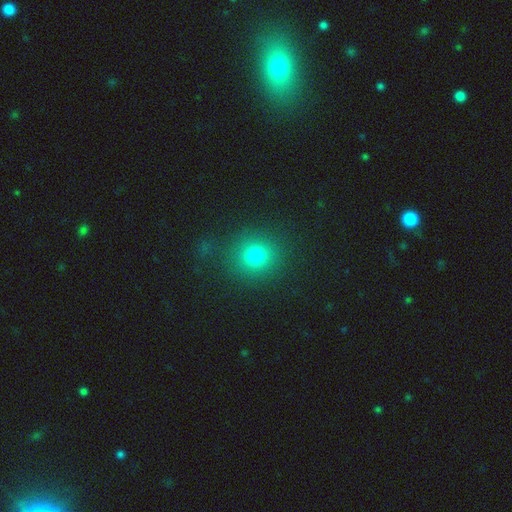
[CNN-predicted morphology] Smooth or featured? Predicted: smooth (p=0.77). How rounded? Predicted: round (p=0.82). Merging? Predicted: none (p=0.79).